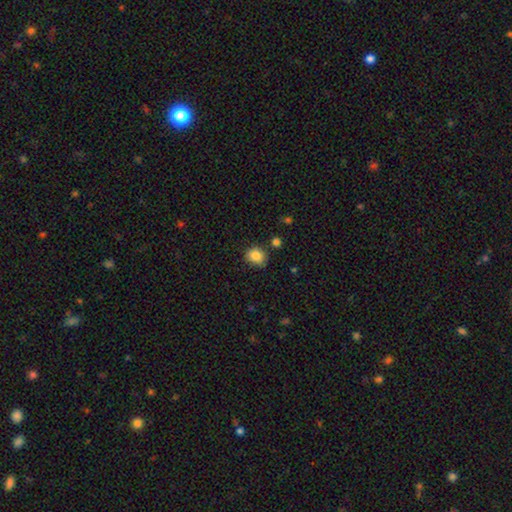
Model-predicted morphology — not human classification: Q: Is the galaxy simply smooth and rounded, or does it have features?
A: smooth — 85%.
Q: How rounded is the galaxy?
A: round — 66%.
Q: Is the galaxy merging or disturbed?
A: none — 73%.